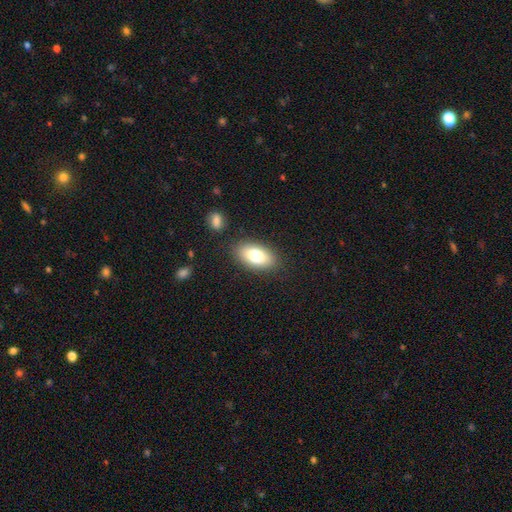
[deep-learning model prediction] A smooth galaxy with no disk features (77%) that is in between round and cigar-shaped (91%).

Vote fractions:
- Smooth or featured? smooth: 77% / featured or disk: 15% / star or artifact: 8%
- How rounded? in between: 91% / round: 5% / cigar-shaped: 4%
- Merging? none: 84% / minor disturbance: 10% / major disturbance: 3% / merger: 3%